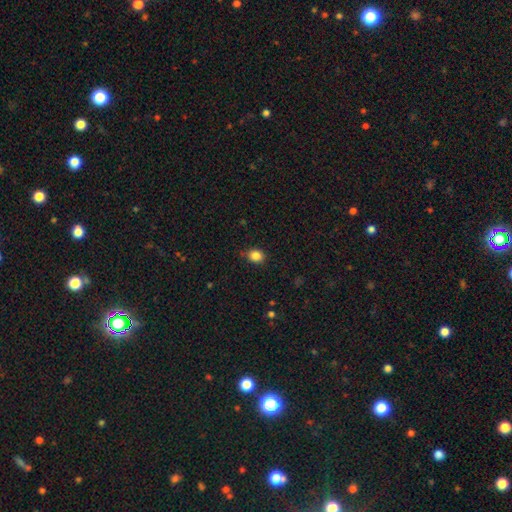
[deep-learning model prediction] The model was most divided on "how rounded": round: 59%, in between: 40%, cigar-shaped: 1%. More confident: smooth or featured — smooth (85%); merging — none (83%).